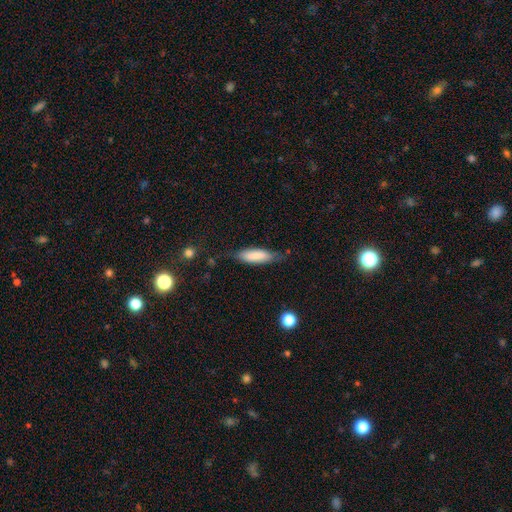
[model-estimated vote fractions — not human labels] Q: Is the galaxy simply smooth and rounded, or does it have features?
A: smooth — 80%.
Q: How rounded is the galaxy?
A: in between — 54%.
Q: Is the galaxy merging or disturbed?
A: none — 67%.